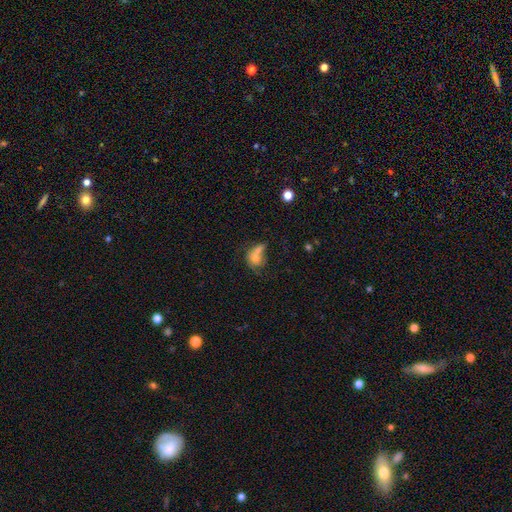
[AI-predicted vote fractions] Smooth or featured: smooth — 69% (featured or disk — 19%)
How rounded: in between — 59% (round — 38%)
Merging: merger — 49% (none — 24%)